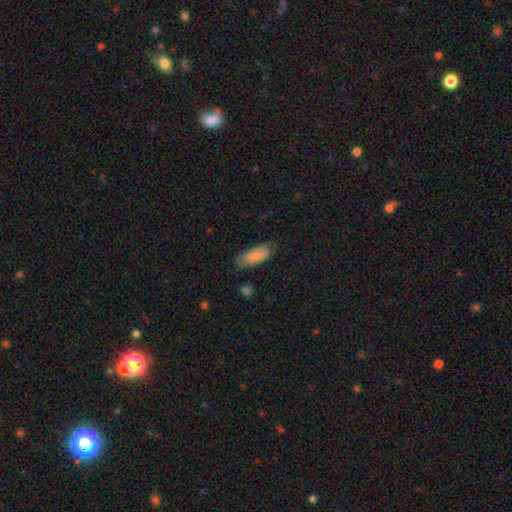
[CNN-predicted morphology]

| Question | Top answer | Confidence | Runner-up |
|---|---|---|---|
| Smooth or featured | smooth | 77% | featured or disk (16%) |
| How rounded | in between | 82% | cigar-shaped (16%) |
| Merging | none | 69% | minor disturbance (23%) |